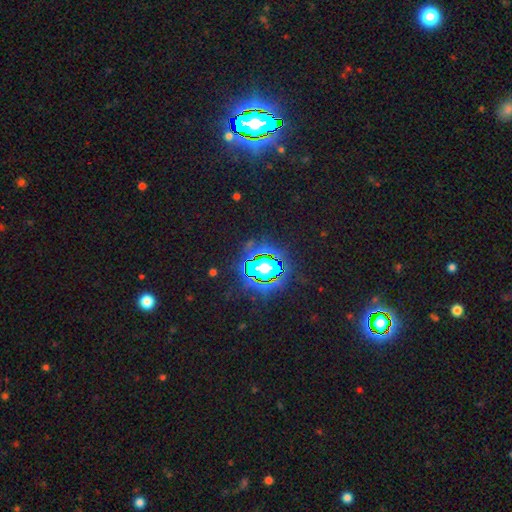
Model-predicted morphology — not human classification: A star or artifact, not a galaxy (84%).

Vote fractions:
- Smooth or featured? star or artifact: 84% / smooth: 9% / featured or disk: 7%